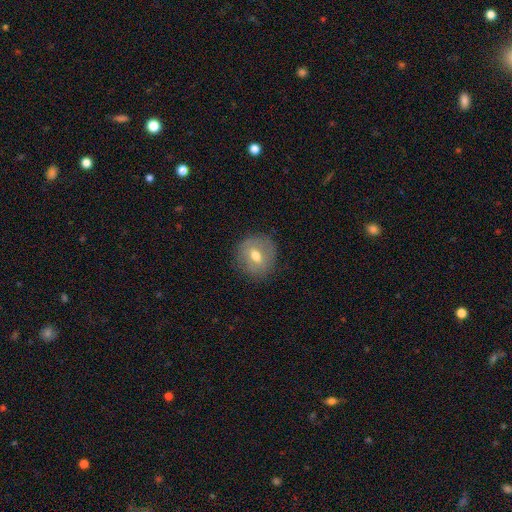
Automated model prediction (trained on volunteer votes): A smooth galaxy with no disk features (52%) that is round (85%).

Vote fractions:
- Smooth or featured? smooth: 52% / featured or disk: 39% / star or artifact: 9%
- How rounded? round: 85% / in between: 14% / cigar-shaped: 1%
- Merging? none: 83% / minor disturbance: 12% / major disturbance: 4% / merger: 1%